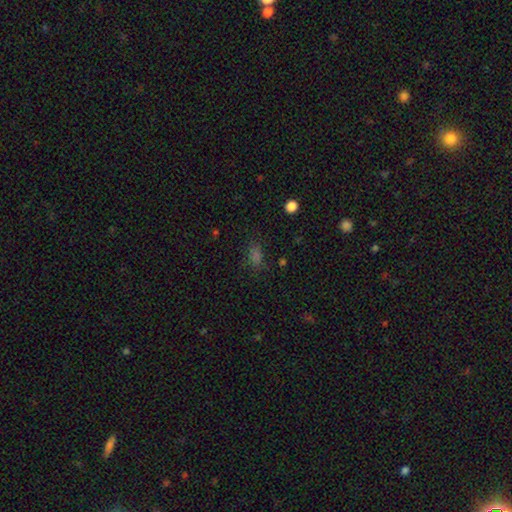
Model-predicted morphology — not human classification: smooth_or_featured: smooth (p=0.69) [alt: star or artifact p=0.25]
how_rounded: in between (p=0.80) [alt: round p=0.15]
merging: none (p=0.75) [alt: minor disturbance p=0.16]